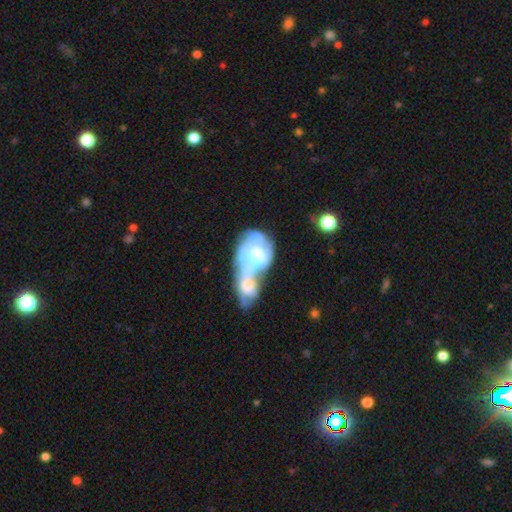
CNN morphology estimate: smooth_or_featured: featured or disk (p=0.68) [alt: smooth p=0.22]
disk_edge_on: no (p=0.97) [alt: yes p=0.03]
bar: no (p=0.78) [alt: weak p=0.17]
has_spiral_arms: no (p=0.63) [alt: yes p=0.37]
bulge_size: moderate (p=0.43) [alt: none p=0.24]
merging: merger (p=0.68) [alt: major disturbance p=0.16]